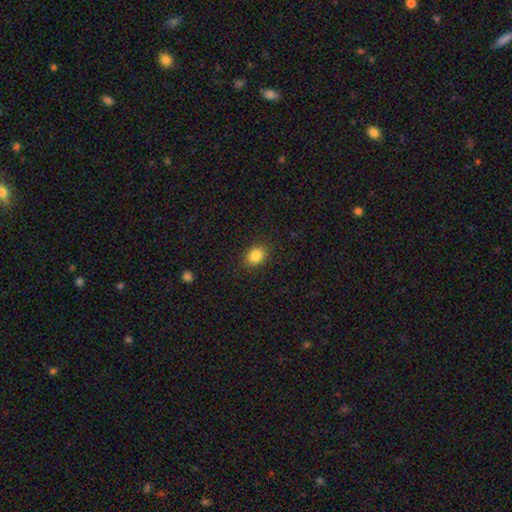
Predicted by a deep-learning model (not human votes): A smooth galaxy with no disk features (85%) that is round (52%). Merging: none (88%).